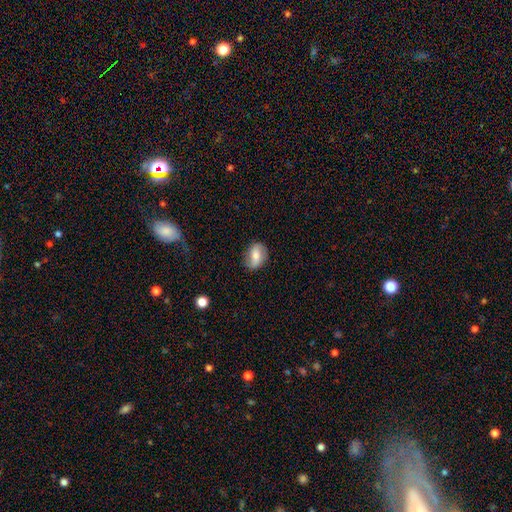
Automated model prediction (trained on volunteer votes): Smooth or featured?
  - smooth: 59% *
  - featured or disk: 34%
  - star or artifact: 7%
How rounded?
  - in between: 76% *
  - round: 22%
  - cigar-shaped: 2%
Merging?
  - none: 79% *
  - minor disturbance: 16%
  - major disturbance: 4%
  - merger: 1%